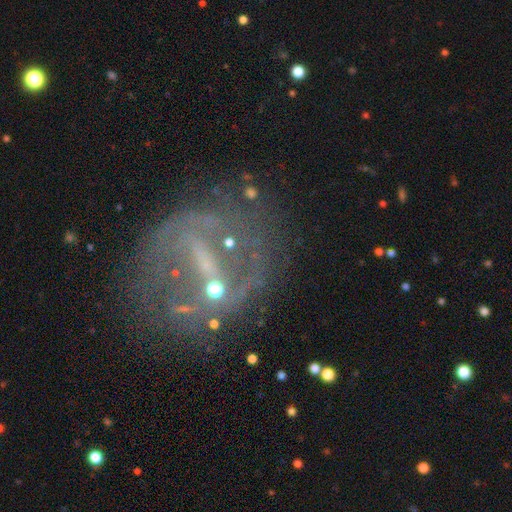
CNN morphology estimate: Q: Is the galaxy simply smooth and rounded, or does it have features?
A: featured or disk — 71%.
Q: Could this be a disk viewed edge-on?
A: no — 94%.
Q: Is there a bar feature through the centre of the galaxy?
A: strong — 45%.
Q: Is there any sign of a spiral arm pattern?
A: yes — 55%.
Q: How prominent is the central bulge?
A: small — 47%.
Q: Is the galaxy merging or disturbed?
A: none — 56%.